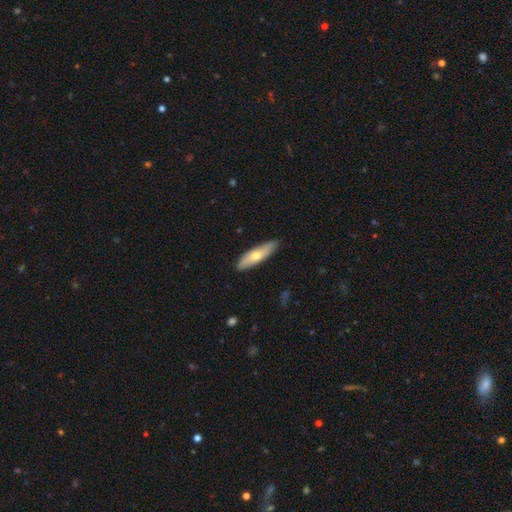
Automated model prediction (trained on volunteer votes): The model was most divided on "how rounded": cigar-shaped: 60%, in between: 38%, round: 2%. More confident: merging — none (87%); smooth or featured — smooth (61%).